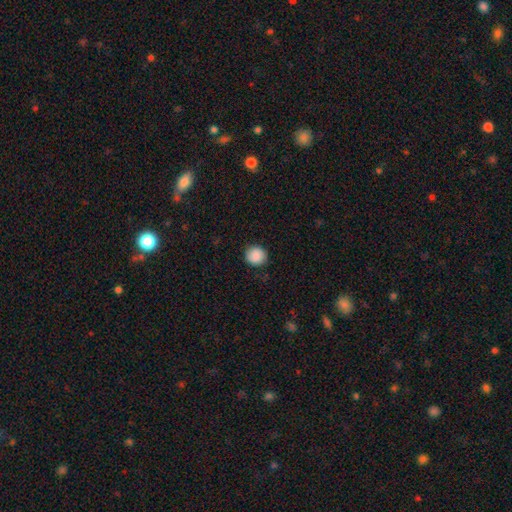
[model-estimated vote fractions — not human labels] This appears to be a smooth galaxy with no disk features (87%) that is round (89%). Merging: none (86%).